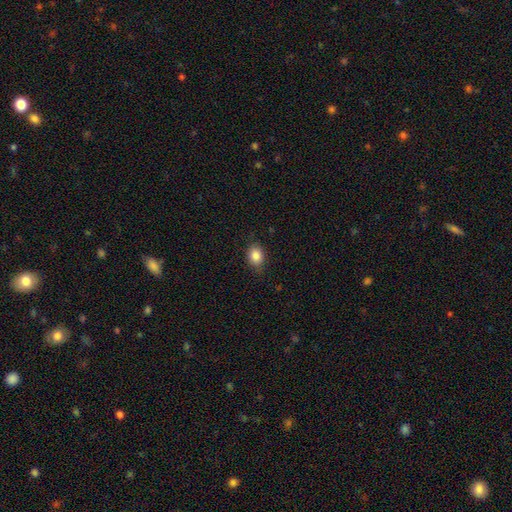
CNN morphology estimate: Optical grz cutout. It shows a smooth galaxy with no disk features (85%) that is in between round and cigar-shaped (59%). Merging: none (83%).